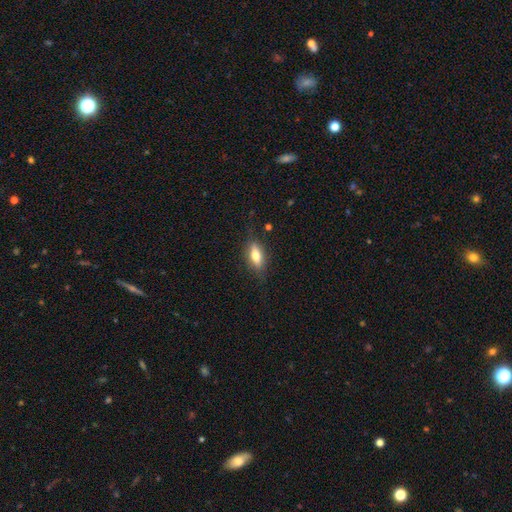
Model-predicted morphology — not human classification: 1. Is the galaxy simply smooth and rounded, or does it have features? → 64% smooth, 29% featured or disk, 8% star or artifact.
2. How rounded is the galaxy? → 69% in between, 27% cigar-shaped, 4% round.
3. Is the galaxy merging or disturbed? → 79% none, 16% minor disturbance, 4% major disturbance, 1% merger.